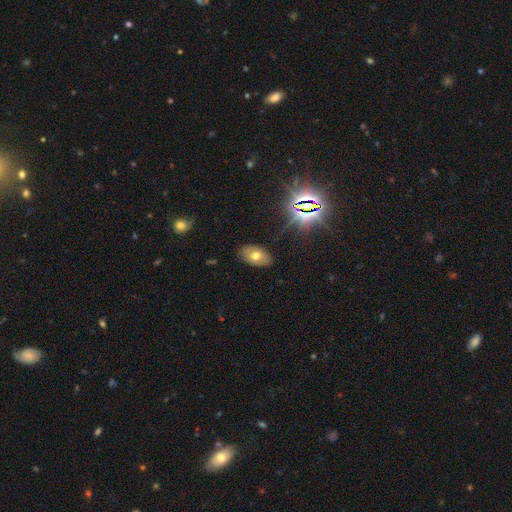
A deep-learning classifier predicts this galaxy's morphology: smooth_or_featured: smooth (p=0.59) [alt: featured or disk p=0.23]
how_rounded: in between (p=0.91) [alt: round p=0.07]
merging: none (p=0.85) [alt: minor disturbance p=0.11]